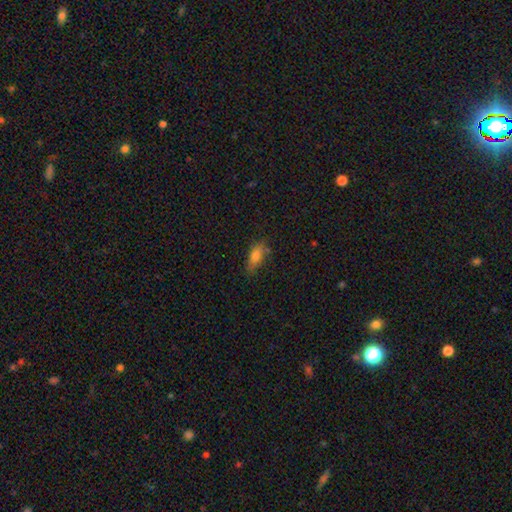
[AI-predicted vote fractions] A smooth galaxy with no disk features (74%) that is in between round and cigar-shaped (74%). Merging: none (72%).